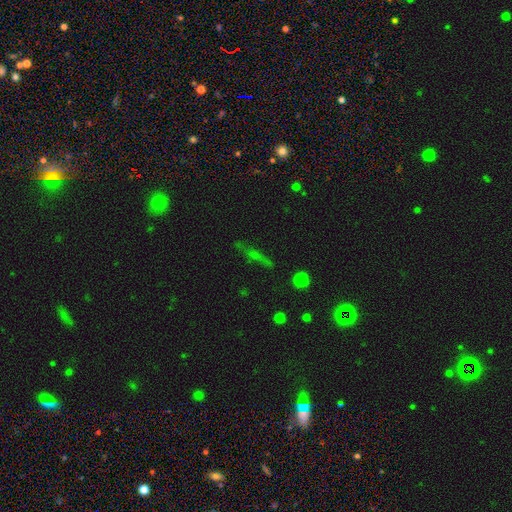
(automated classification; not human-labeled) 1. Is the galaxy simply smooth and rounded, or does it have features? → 37% smooth, 34% star or artifact, 29% featured or disk.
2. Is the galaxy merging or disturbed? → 74% none, 15% minor disturbance, 8% major disturbance, 4% merger.